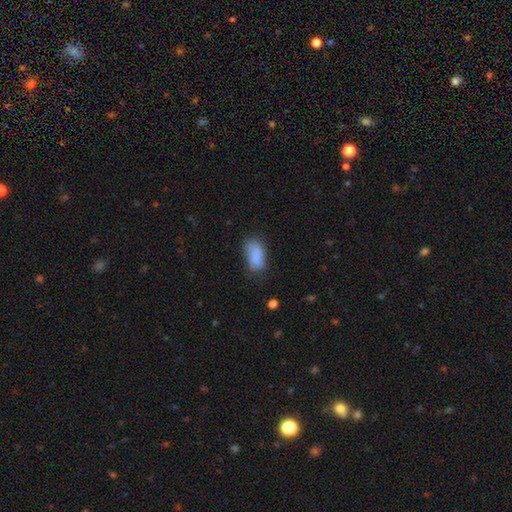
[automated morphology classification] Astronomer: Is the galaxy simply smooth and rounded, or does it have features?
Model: smooth — 85%.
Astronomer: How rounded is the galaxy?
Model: in between — 91%.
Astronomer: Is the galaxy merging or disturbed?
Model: none — 61%.